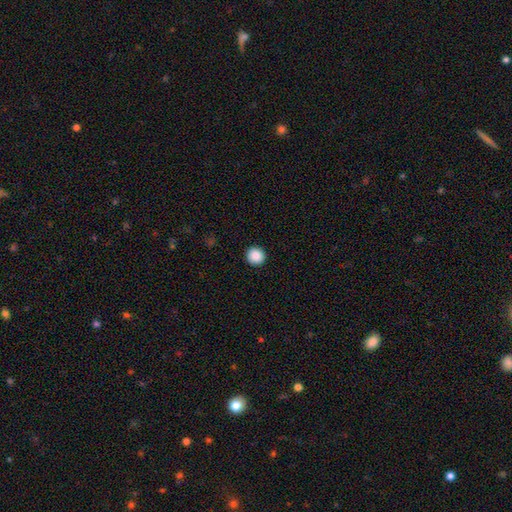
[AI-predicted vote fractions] Smooth or featured? Predicted: smooth (p=0.89). How rounded? Predicted: round (p=0.94). Merging? Predicted: none (p=0.93).